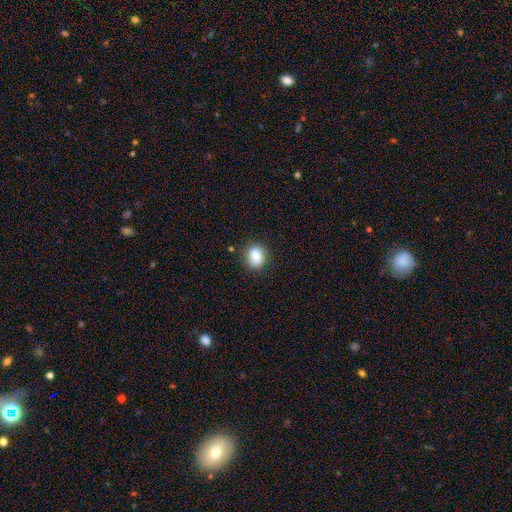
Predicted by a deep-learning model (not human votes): A smooth galaxy with no disk features (80%) that is round (60%). Merging: none (76%).